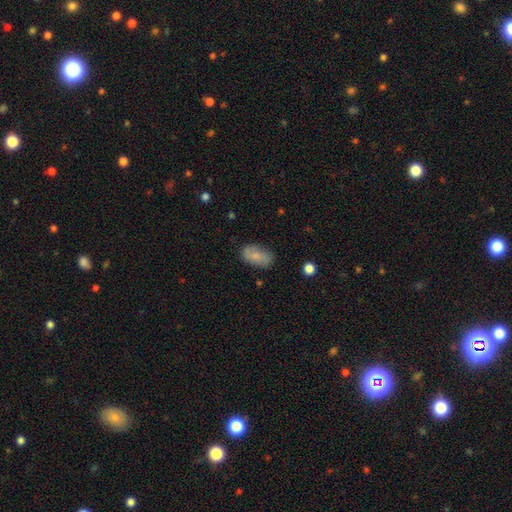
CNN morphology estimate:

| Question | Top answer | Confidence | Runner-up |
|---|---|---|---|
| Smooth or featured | smooth | 74% | featured or disk (18%) |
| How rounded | in between | 92% | round (6%) |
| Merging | none | 74% | minor disturbance (20%) |